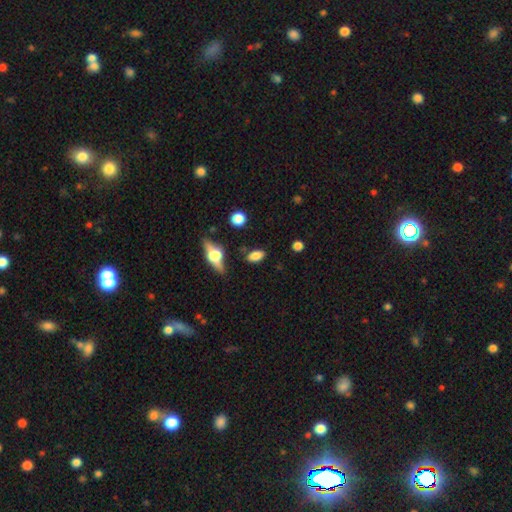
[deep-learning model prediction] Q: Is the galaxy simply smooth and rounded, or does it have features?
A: smooth — 77%.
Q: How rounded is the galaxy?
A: in between — 84%.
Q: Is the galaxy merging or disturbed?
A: none — 79%.